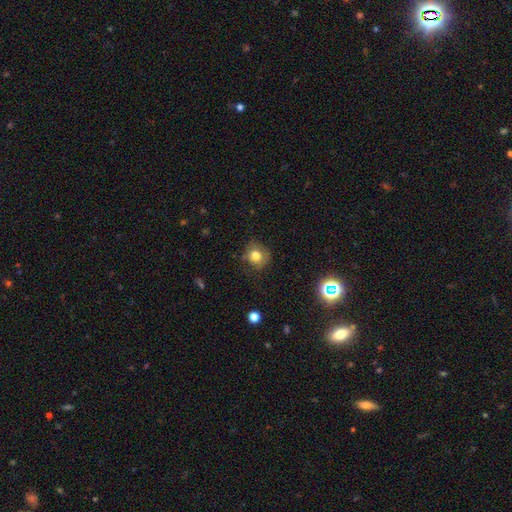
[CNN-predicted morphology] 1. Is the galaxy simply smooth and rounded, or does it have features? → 76% smooth, 13% featured or disk, 11% star or artifact.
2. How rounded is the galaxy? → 79% round, 20% in between, 1% cigar-shaped.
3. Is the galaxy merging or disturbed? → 68% none, 22% minor disturbance, 8% major disturbance, 2% merger.